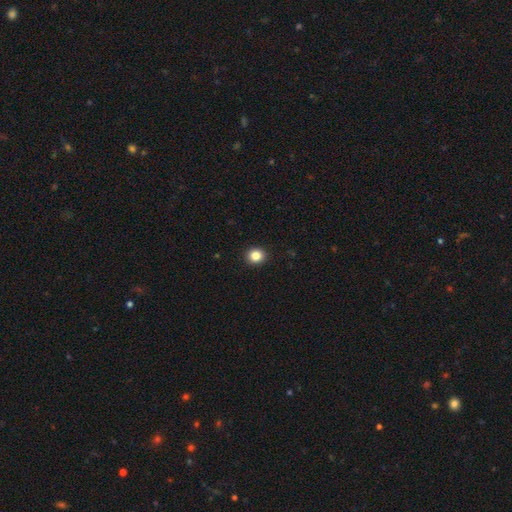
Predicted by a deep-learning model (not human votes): smooth_or_featured: smooth (p=0.84) [alt: star or artifact p=0.11]
how_rounded: round (p=0.85) [alt: in between p=0.14]
merging: none (p=0.93) [alt: minor disturbance p=0.05]